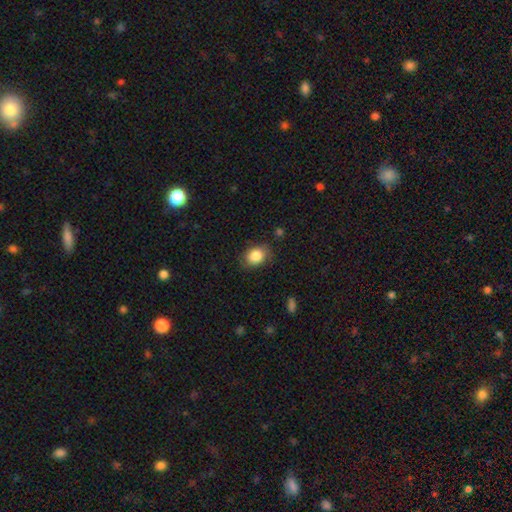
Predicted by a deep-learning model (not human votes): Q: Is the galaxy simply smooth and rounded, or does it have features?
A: smooth — 85%.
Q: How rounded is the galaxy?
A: in between — 56%.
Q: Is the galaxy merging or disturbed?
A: none — 79%.